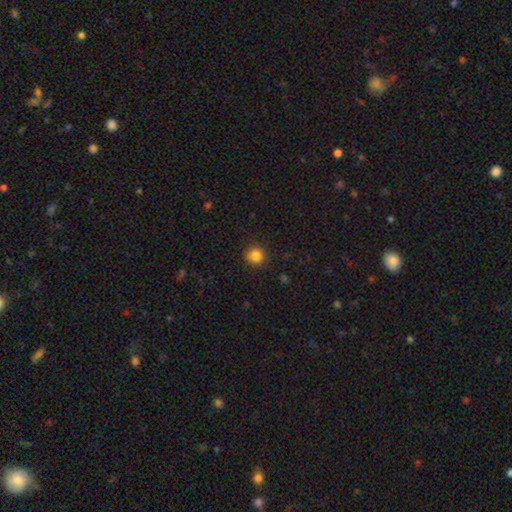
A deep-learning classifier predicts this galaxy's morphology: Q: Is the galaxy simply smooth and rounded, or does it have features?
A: smooth — 84%.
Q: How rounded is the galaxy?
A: round — 92%.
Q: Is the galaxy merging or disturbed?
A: none — 90%.